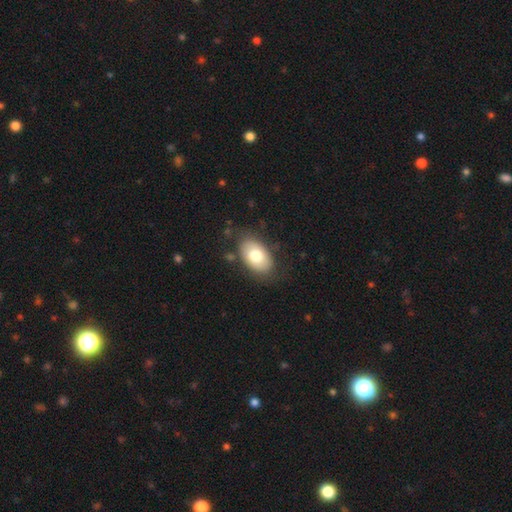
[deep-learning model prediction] This appears to be a smooth galaxy with no disk features (74%) that is in between round and cigar-shaped (92%). Merging: none (79%).